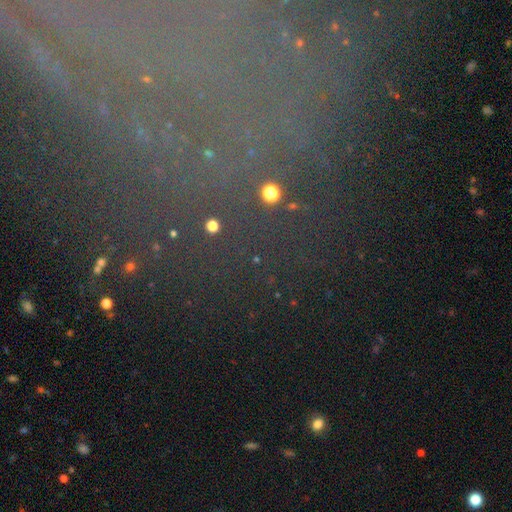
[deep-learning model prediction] This is likely a star or artifact rather than a galaxy (69%).